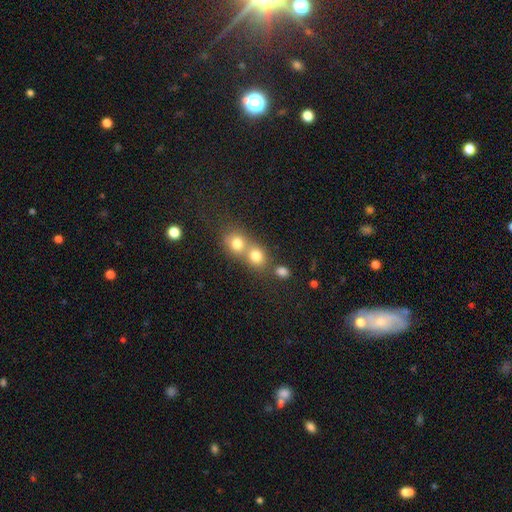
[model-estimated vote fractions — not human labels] smooth 77%, star or artifact 14%, featured or disk 9%. Down the decision tree: how rounded — round (77%); merging — merger (53%).